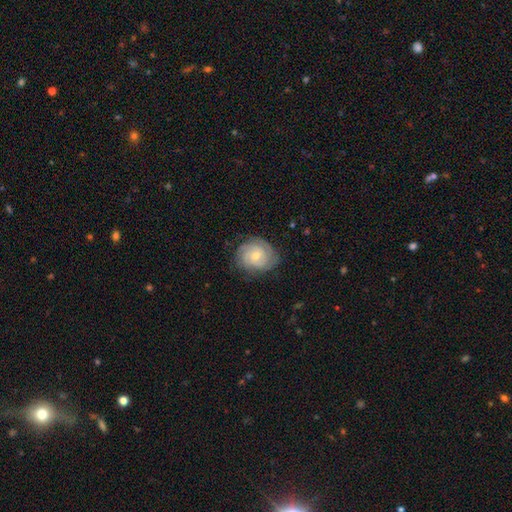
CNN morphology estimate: Q: Smooth or featured?
A: featured or disk (79%); runner-up: smooth (15%)
Q: Edge-on disk?
A: no (98%); runner-up: yes (2%)
Q: Bar?
A: no (71%); runner-up: weak (25%)
Q: Spiral arms?
A: yes (96%); runner-up: no (4%)
Q: Spiral winding?
A: tight (72%); runner-up: medium (23%)
Q: Spiral arm count?
A: 3 (33%); runner-up: can't tell (24%)
Q: Bulge size?
A: small (57%); runner-up: moderate (40%)
Q: Merging?
A: none (78%); runner-up: minor disturbance (16%)